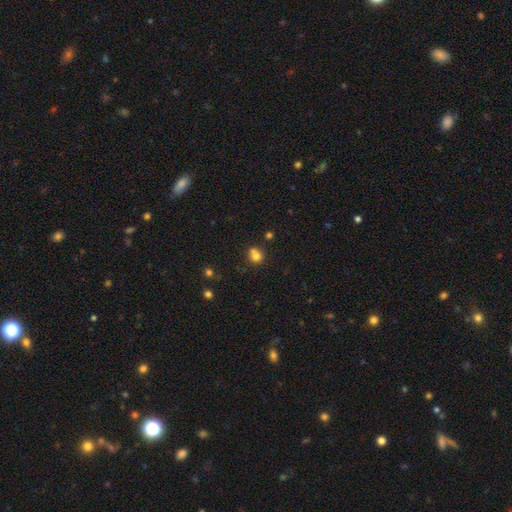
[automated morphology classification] Smooth or featured? Predicted: smooth (p=0.76). How rounded? Predicted: round (p=0.82). Merging? Predicted: none (p=0.52).